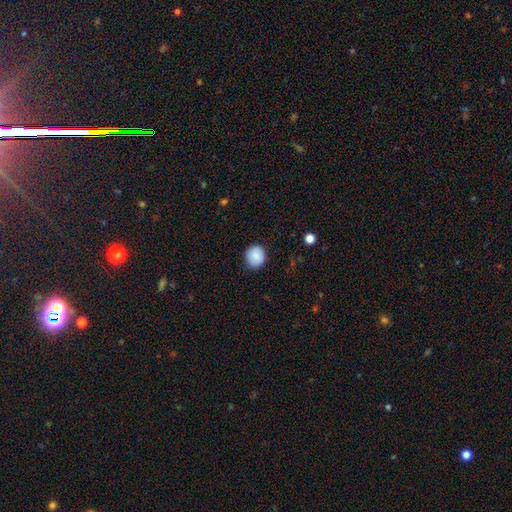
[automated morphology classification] type=smooth (86%); roundness=round (76%); merging=none (83%).